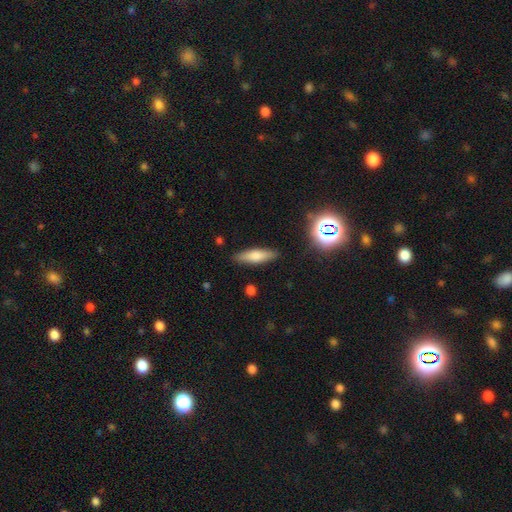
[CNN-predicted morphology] Smooth or featured? smooth (67%)
How rounded? cigar-shaped (60%)
Merging? none (86%)